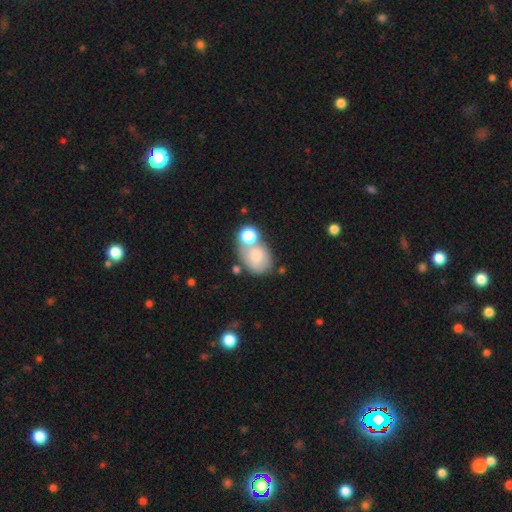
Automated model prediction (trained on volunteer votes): Smooth or featured: smooth — 67% (featured or disk — 24%)
How rounded: in between — 56% (round — 42%)
Merging: merger — 41% (none — 33%)